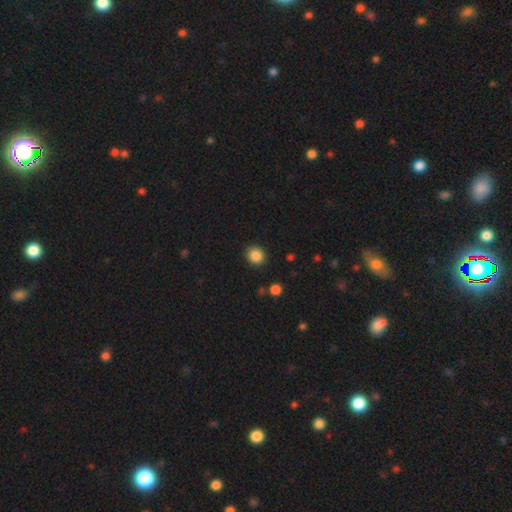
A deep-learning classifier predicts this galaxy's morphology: smooth 87%, star or artifact 10%, featured or disk 3%. Down the decision tree: how rounded — round (82%); merging — none (89%).